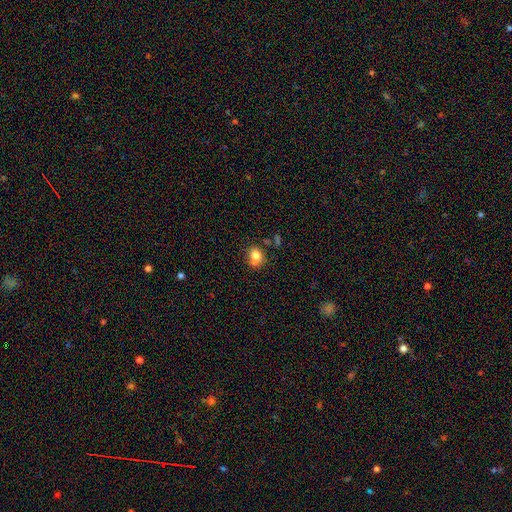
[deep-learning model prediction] Smooth or featured? Predicted: smooth (p=0.78). How rounded? Predicted: round (p=0.66). Merging? Predicted: none (p=0.53).